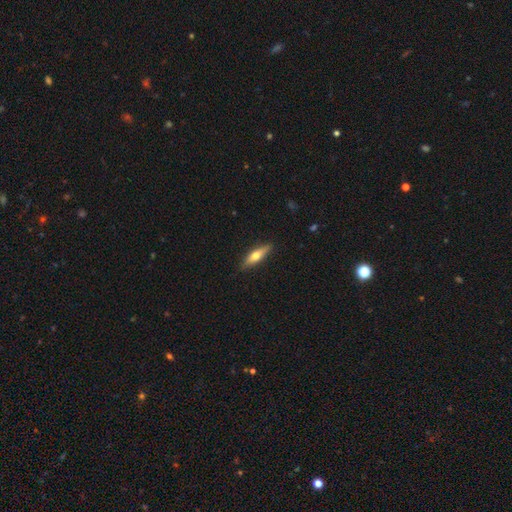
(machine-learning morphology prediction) smooth 53%, featured or disk 41%, star or artifact 6%. Down the decision tree: how rounded — cigar-shaped (65%); merging — none (88%).